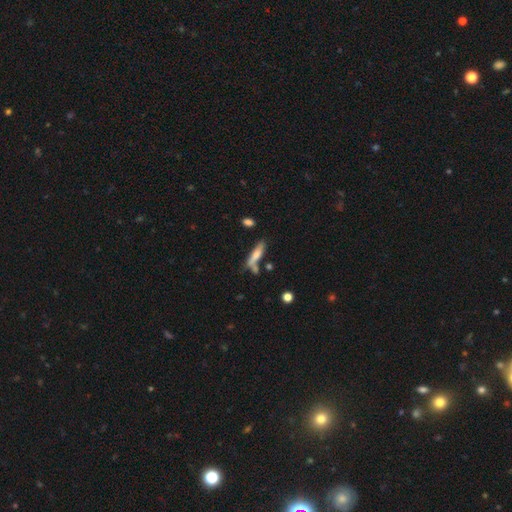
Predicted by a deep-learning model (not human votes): Smooth or featured: smooth — 64% (featured or disk — 28%)
How rounded: cigar-shaped — 76% (in between — 22%)
Merging: none — 55% (minor disturbance — 20%)